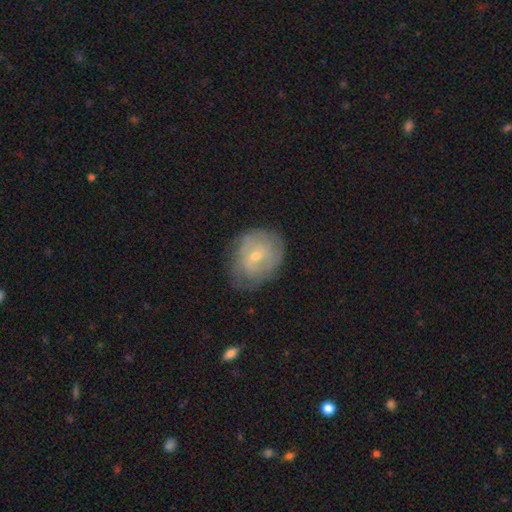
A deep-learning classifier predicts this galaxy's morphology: A featured or disk galaxy (56%) with no bar (65%), spiral arms (68%) and a small central bulge (61%).

Vote fractions:
- Smooth or featured? featured or disk: 56% / smooth: 36% / star or artifact: 8%
- Edge-on disk? no: 96% / yes: 4%
- Bar? no: 65% / weak: 30% / strong: 5%
- Spiral arms? yes: 68% / no: 32%
- Bulge size? small: 61% / moderate: 36% / large: 1% / none: 1% / dominant: 1%
- Merging? none: 64% / minor disturbance: 25% / major disturbance: 9% / merger: 1%